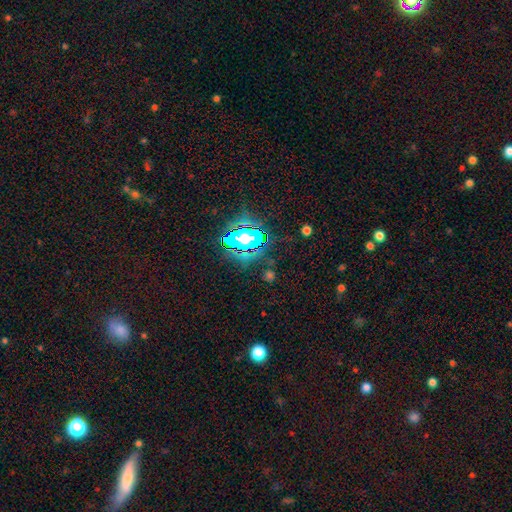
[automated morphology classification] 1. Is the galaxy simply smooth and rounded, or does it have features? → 80% star or artifact, 12% smooth, 8% featured or disk.